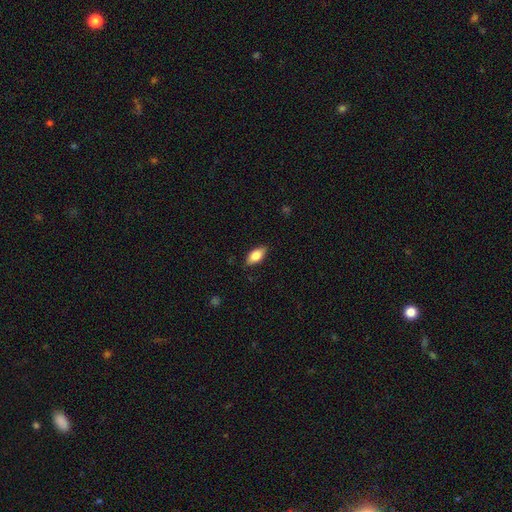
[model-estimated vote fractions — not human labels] smooth_or_featured: smooth (p=0.80) [alt: featured or disk p=0.14]
how_rounded: in between (p=0.88) [alt: cigar-shaped p=0.09]
merging: none (p=0.85) [alt: minor disturbance p=0.12]